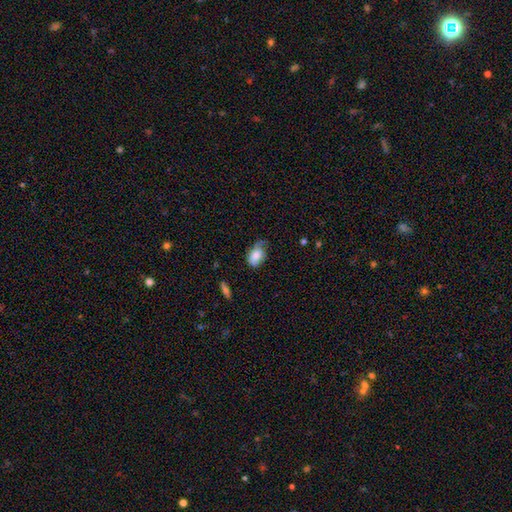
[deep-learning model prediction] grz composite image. It shows a smooth galaxy with no disk features (77%) that is in between round and cigar-shaped (89%). Merging: minor disturbance (42%).